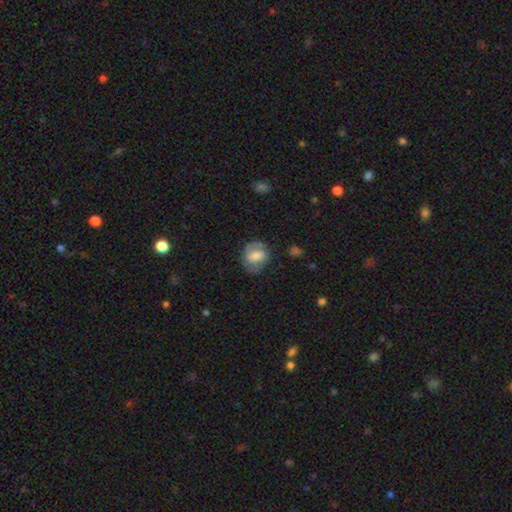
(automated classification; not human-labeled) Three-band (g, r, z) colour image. It shows a smooth galaxy with no disk features (53%) that is round (49%, tied with in between). Merging: none (62%).